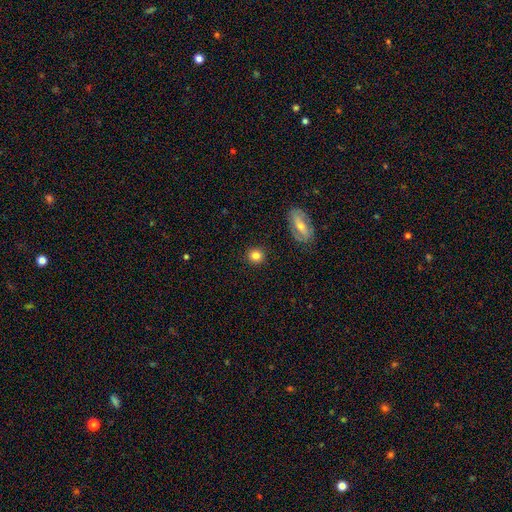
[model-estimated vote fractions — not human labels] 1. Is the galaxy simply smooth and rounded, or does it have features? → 82% smooth, 9% star or artifact, 8% featured or disk.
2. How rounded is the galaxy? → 88% round, 11% in between, 1% cigar-shaped.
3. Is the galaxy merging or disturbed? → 90% none, 6% minor disturbance, 2% major disturbance, 2% merger.